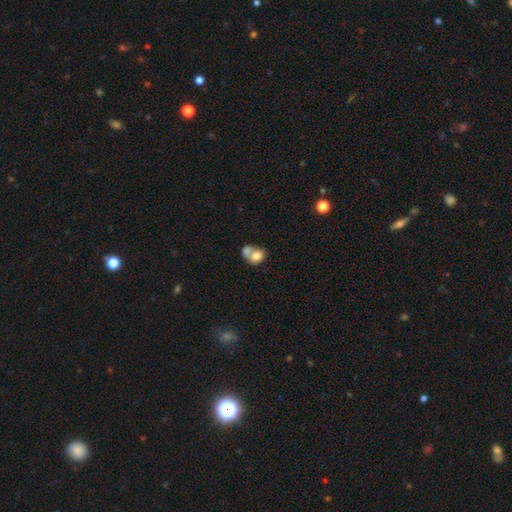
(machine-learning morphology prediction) Smooth or featured?
  - smooth: 71% *
  - featured or disk: 20%
  - star or artifact: 8%
How rounded?
  - round: 51% *
  - in between: 48%
  - cigar-shaped: 1%
Merging?
  - merger: 66% *
  - none: 19%
  - minor disturbance: 9%
  - major disturbance: 6%